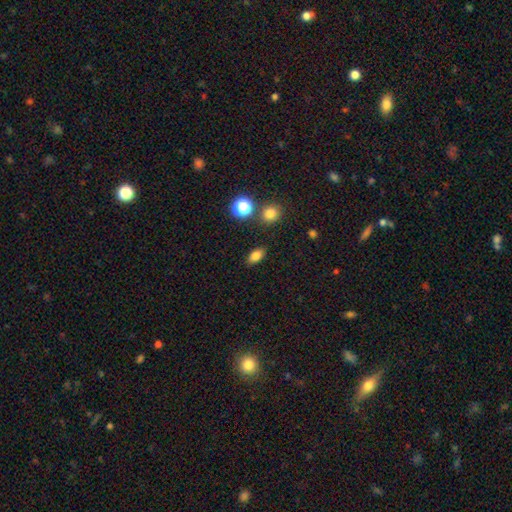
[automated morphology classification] Smooth or featured?
  - smooth: 80% *
  - star or artifact: 13%
  - featured or disk: 7%
How rounded?
  - in between: 84% *
  - round: 12%
  - cigar-shaped: 4%
Merging?
  - none: 84% *
  - minor disturbance: 10%
  - merger: 3%
  - major disturbance: 3%